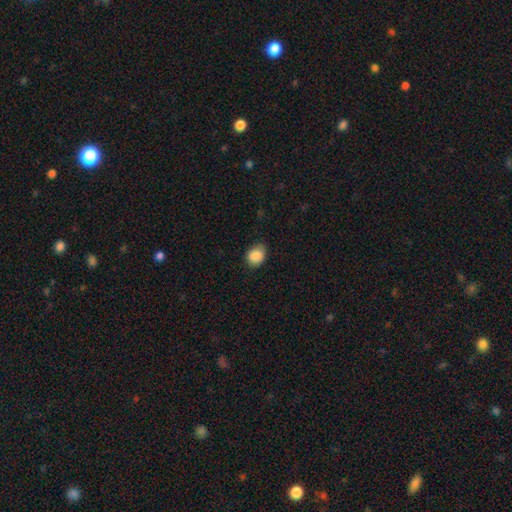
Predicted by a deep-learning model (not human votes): smooth 88%, star or artifact 8%, featured or disk 4%. Down the decision tree: how rounded — round (60%); merging — none (73%).